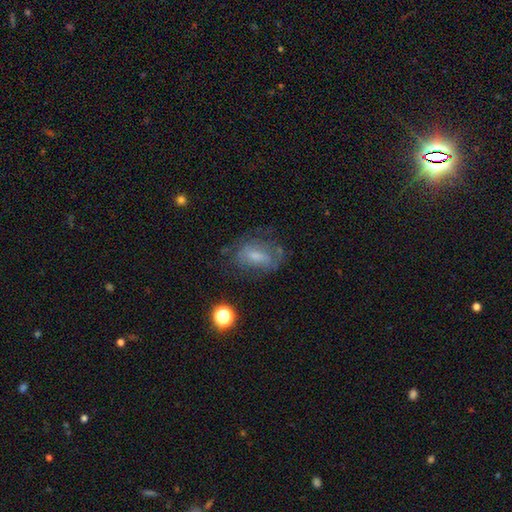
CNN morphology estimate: A smooth galaxy with no disk features (44%). Merging: none (55%).